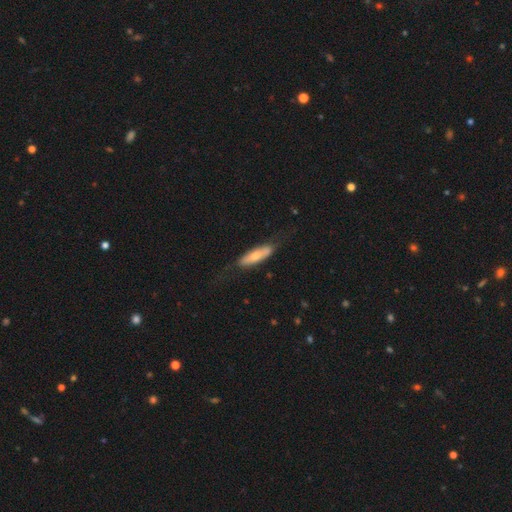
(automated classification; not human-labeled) This is possibly a smooth galaxy (57%). How rounded: possibly cigar-shaped (57%). Merging: likely none (69%).